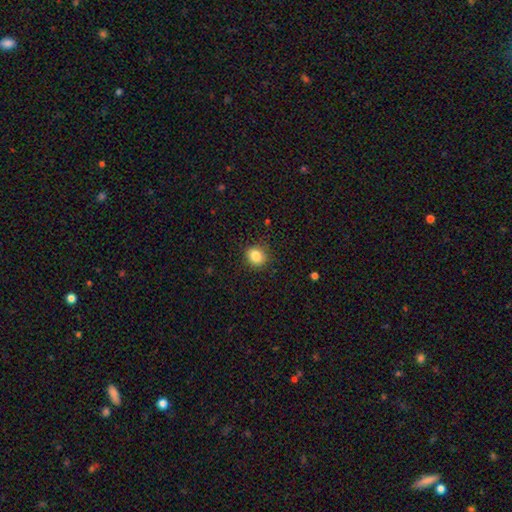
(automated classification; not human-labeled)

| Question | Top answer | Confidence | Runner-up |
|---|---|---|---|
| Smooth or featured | smooth | 85% | star or artifact (10%) |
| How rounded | round | 70% | in between (29%) |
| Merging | none | 85% | minor disturbance (11%) |